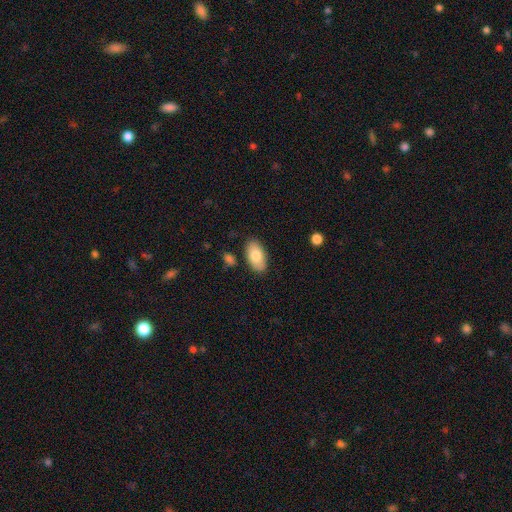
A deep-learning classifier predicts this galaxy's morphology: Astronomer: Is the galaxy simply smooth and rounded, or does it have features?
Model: smooth — 80%.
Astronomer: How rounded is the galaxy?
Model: in between — 94%.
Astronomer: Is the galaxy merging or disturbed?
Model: none — 84%.